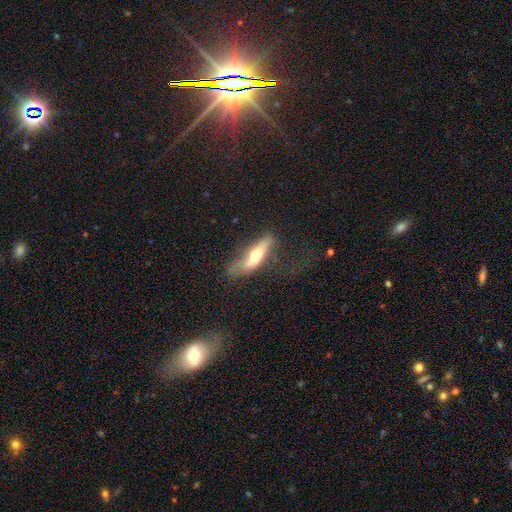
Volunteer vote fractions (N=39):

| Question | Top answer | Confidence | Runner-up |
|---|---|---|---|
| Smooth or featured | smooth | 51% | featured or disk (46%) |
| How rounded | cigar-shaped | 70% | in between (30%) |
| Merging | minor disturbance | 37% | none (32%) |